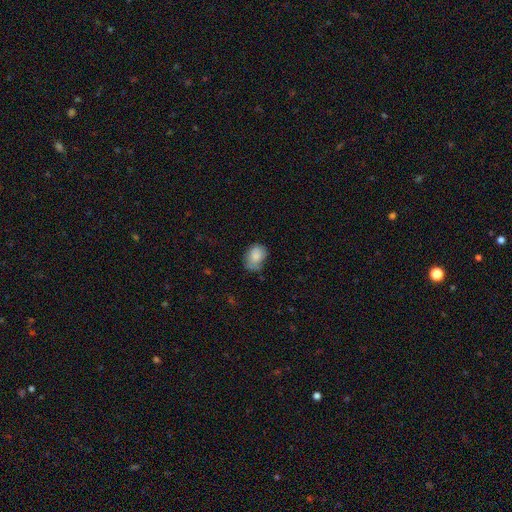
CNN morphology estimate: Smooth or featured?
  - smooth: 84% *
  - featured or disk: 9%
  - star or artifact: 8%
How rounded?
  - in between: 72% *
  - round: 27%
  - cigar-shaped: 1%
Merging?
  - none: 53% *
  - minor disturbance: 35%
  - major disturbance: 9%
  - merger: 3%